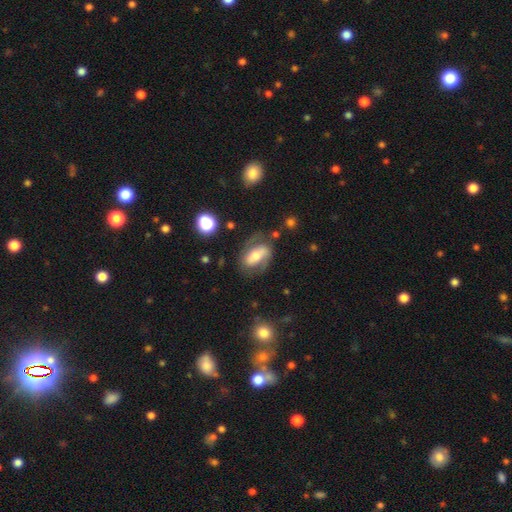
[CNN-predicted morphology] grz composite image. It shows a featured or disk galaxy (60%) with a strong bar (39%), spiral arms (76%) and a moderate central bulge (57%). Merging: none (62%).